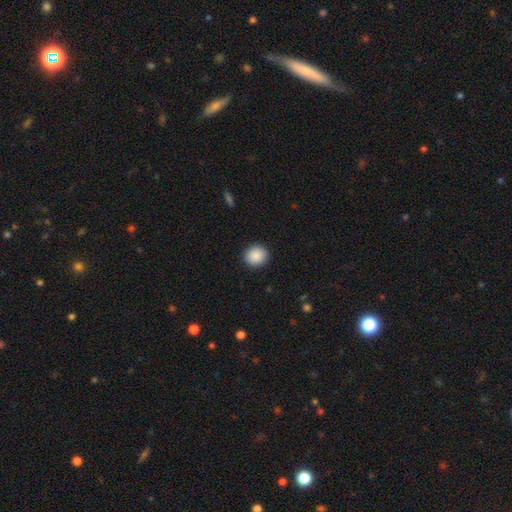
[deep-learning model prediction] A smooth galaxy with no disk features (89%) that is round (86%).

Vote fractions:
- Smooth or featured? smooth: 89% / star or artifact: 8% / featured or disk: 3%
- How rounded? round: 86% / in between: 13% / cigar-shaped: 1%
- Merging? none: 91% / minor disturbance: 6% / major disturbance: 2% / merger: 1%